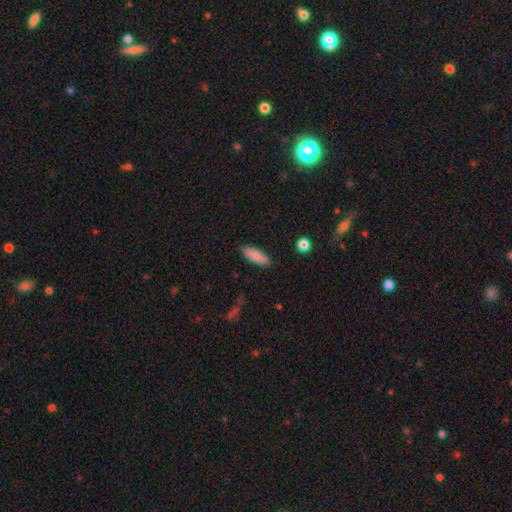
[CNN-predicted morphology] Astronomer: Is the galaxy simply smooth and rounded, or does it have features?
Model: smooth — 86%.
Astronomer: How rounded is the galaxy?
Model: in between — 64%.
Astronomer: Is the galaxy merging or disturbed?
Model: none — 88%.